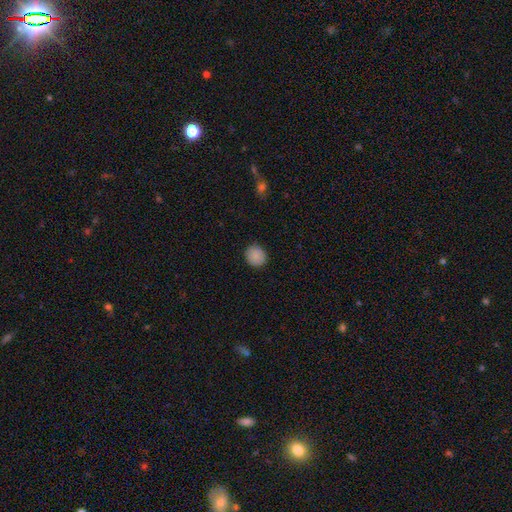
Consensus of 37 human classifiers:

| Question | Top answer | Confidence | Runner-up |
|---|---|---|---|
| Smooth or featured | smooth | 92% | star or artifact (5%) |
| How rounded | round | 88% | in between (12%) |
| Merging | none | 89% | minor disturbance (9%) |